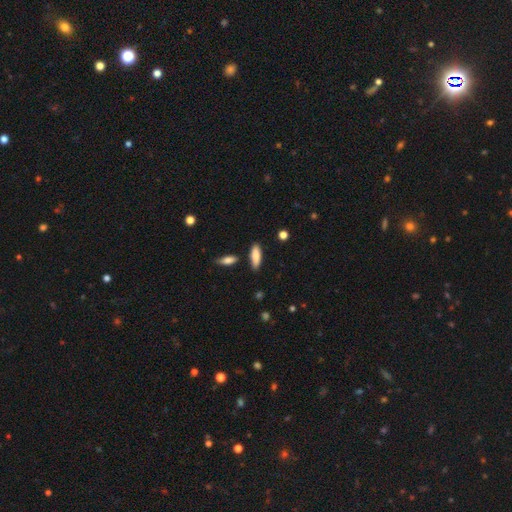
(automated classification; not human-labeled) Q: Smooth or featured?
A: smooth (84%); runner-up: featured or disk (10%)
Q: How rounded?
A: in between (59%); runner-up: cigar-shaped (39%)
Q: Merging?
A: none (81%); runner-up: minor disturbance (13%)